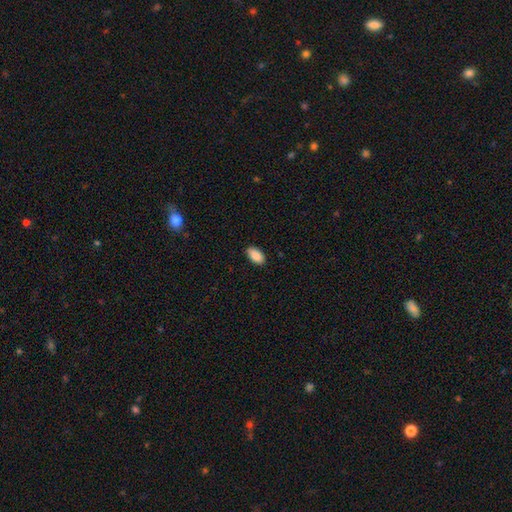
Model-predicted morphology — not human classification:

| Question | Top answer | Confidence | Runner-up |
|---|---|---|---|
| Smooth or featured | smooth | 90% | star or artifact (7%) |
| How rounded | in between | 94% | round (3%) |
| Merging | none | 86% | minor disturbance (11%) |